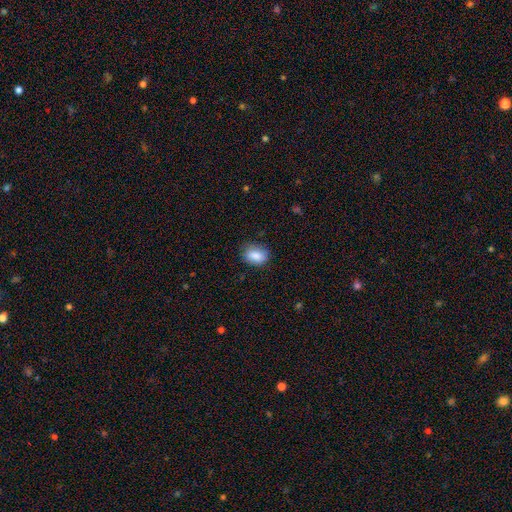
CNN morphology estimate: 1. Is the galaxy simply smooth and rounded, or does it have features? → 85% smooth, 8% featured or disk, 8% star or artifact.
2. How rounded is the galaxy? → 74% in between, 24% round, 1% cigar-shaped.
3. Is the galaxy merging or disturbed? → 78% none, 18% minor disturbance, 4% major disturbance, 1% merger.